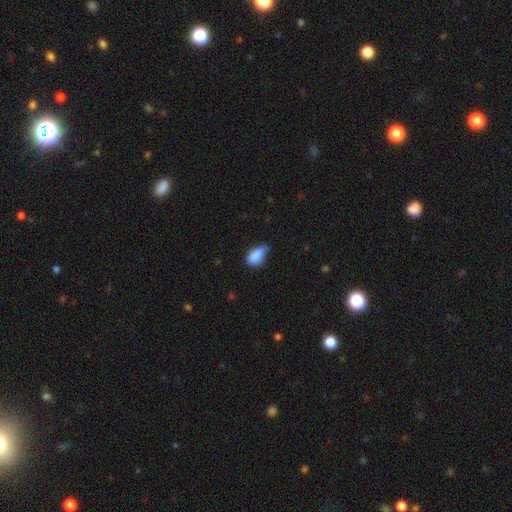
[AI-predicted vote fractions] smooth 84%, star or artifact 8%, featured or disk 8%. Down the decision tree: how rounded — in between (89%); merging — minor disturbance (45%).